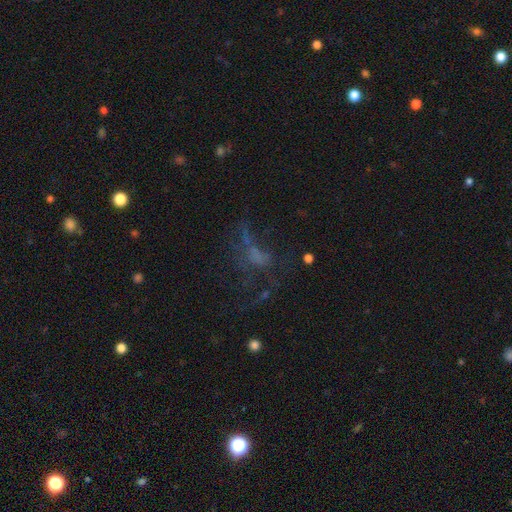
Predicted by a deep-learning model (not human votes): smooth-or-featured: featured or disk: 39% | star or artifact: 34% | smooth: 28%
  merging: major disturbance: 41% | none: 39% | minor disturbance: 14% | merger: 6%